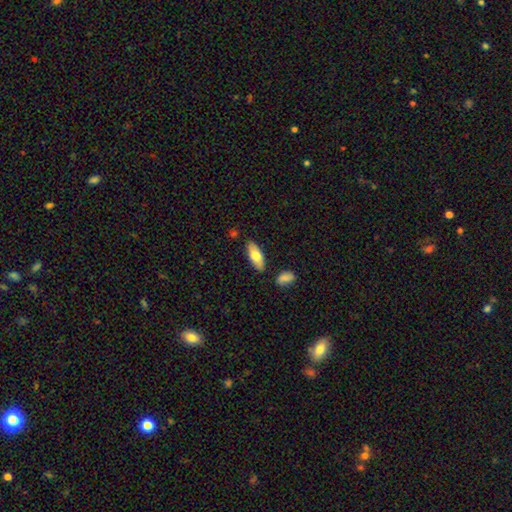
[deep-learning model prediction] smooth 71%, featured or disk 23%, star or artifact 6%. Down the decision tree: how rounded — in between (78%); merging — none (84%).